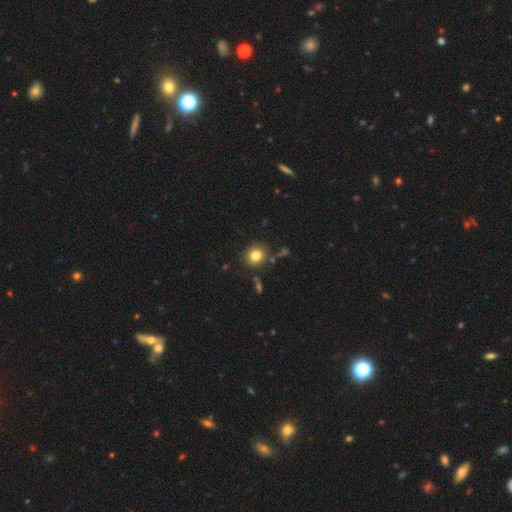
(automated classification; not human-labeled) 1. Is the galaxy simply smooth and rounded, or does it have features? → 82% smooth, 11% star or artifact, 8% featured or disk.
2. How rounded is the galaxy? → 80% round, 19% in between, 1% cigar-shaped.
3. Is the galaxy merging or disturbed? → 84% none, 9% minor disturbance, 4% merger, 3% major disturbance.